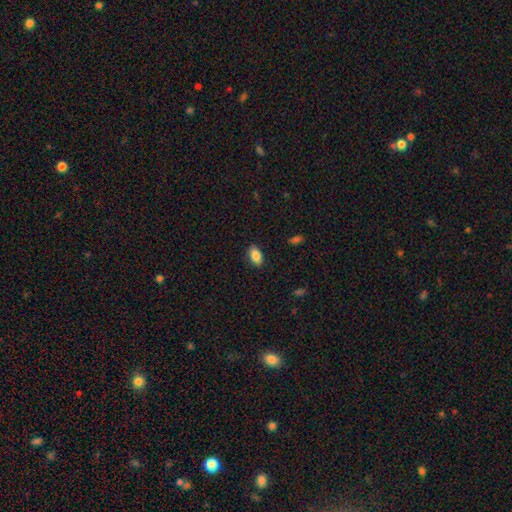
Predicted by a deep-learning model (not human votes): A smooth galaxy with no disk features (86%) that is in between round and cigar-shaped (91%).

Vote fractions:
- Smooth or featured? smooth: 86% / star or artifact: 7% / featured or disk: 6%
- How rounded? in between: 91% / cigar-shaped: 4% / round: 4%
- Merging? none: 88% / minor disturbance: 9% / major disturbance: 2% / merger: 1%